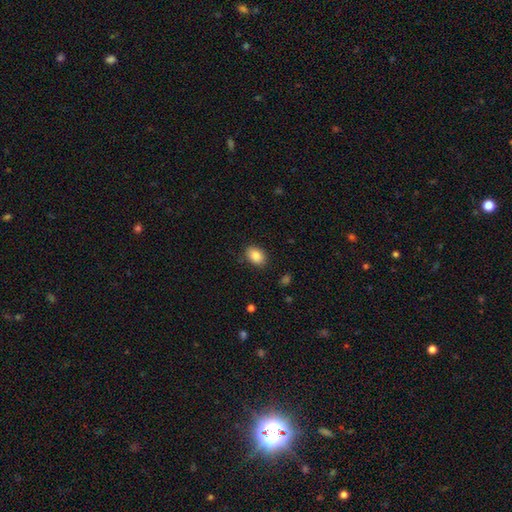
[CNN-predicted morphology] smooth-or-featured: smooth: 86% | star or artifact: 8% | featured or disk: 6%
  how-rounded: in between: 74% | round: 25% | cigar-shaped: 1%
  merging: none: 85% | minor disturbance: 11% | major disturbance: 3% | merger: 1%